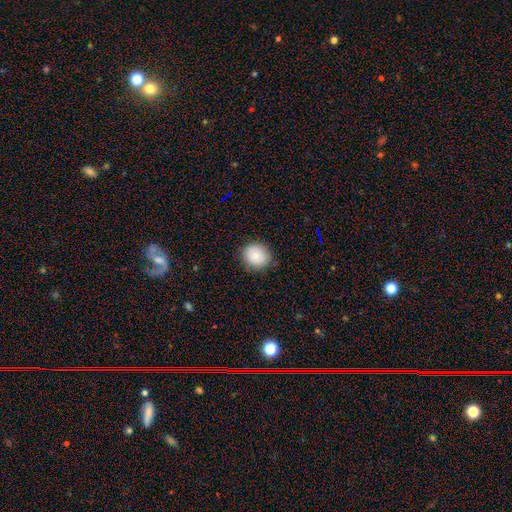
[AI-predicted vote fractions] A smooth galaxy with no disk features (81%) that is round (80%). Merging: none (83%).